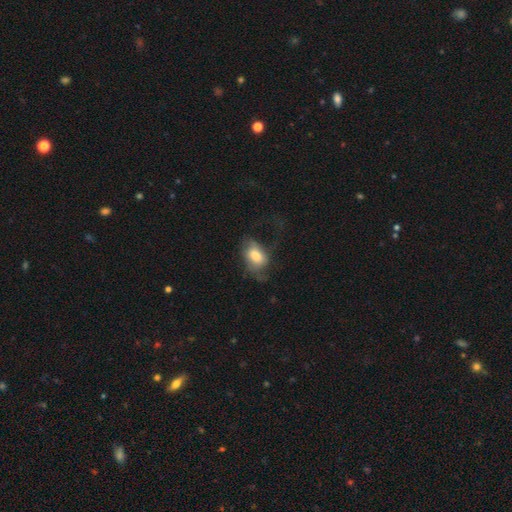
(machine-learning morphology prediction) A smooth galaxy with no disk features (69%) that is in between round and cigar-shaped (80%).

Vote fractions:
- Smooth or featured? smooth: 69% / featured or disk: 23% / star or artifact: 8%
- How rounded? in between: 80% / round: 19% / cigar-shaped: 2%
- Merging? major disturbance: 39% / none: 34% / minor disturbance: 25% / merger: 2%